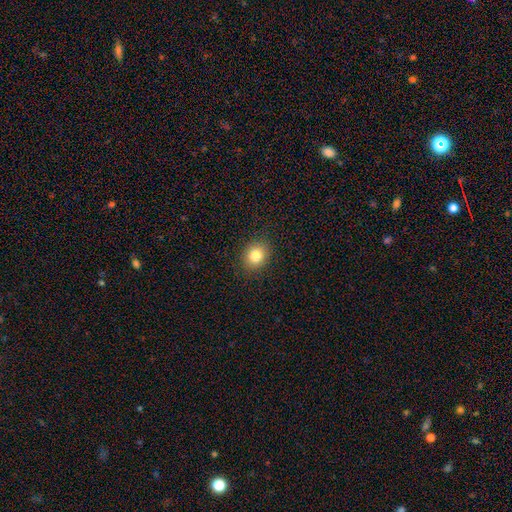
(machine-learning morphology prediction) Smooth or featured? smooth (82%)
How rounded? round (61%)
Merging? none (89%)